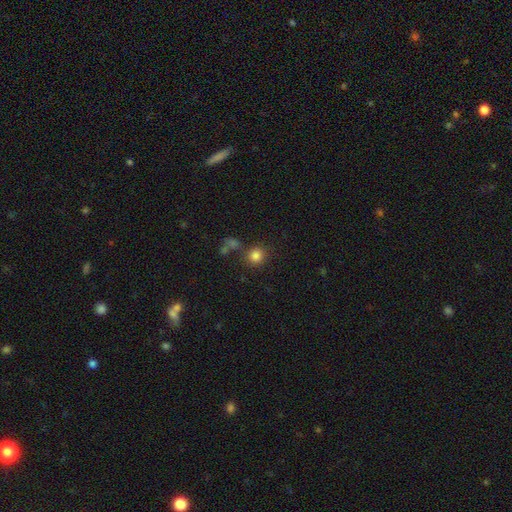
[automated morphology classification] Smooth or featured?
  - smooth: 82% *
  - star or artifact: 12%
  - featured or disk: 6%
How rounded?
  - round: 88% *
  - in between: 11%
  - cigar-shaped: 1%
Merging?
  - none: 78% *
  - minor disturbance: 10%
  - merger: 9%
  - major disturbance: 4%